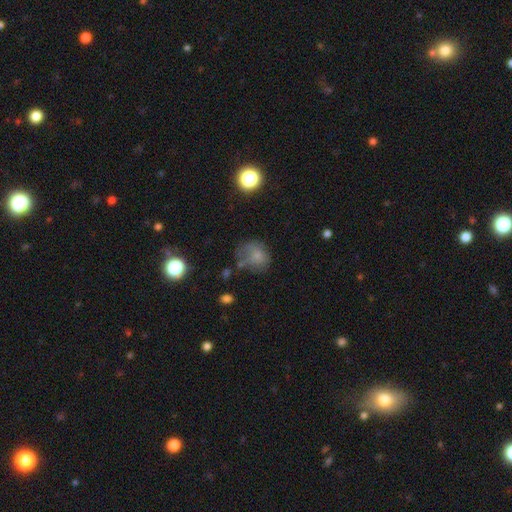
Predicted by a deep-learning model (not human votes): The model was most divided on "merging": none: 43%, minor disturbance: 28%, major disturbance: 24%, merger: 6%. More confident: smooth or featured — smooth (68%); how rounded — round (63%).